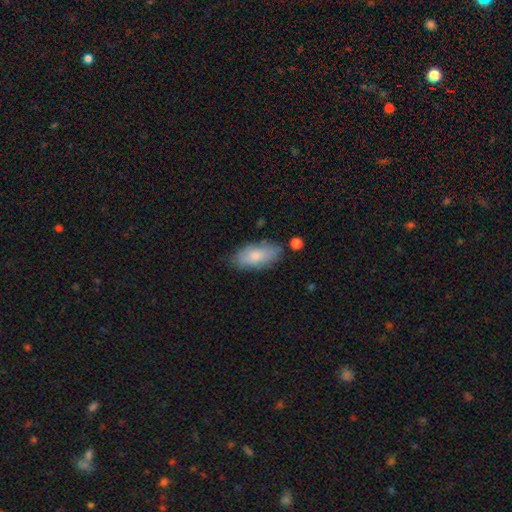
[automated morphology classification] A smooth galaxy with no disk features (75%) that is in between round and cigar-shaped (90%).

Vote fractions:
- Smooth or featured? smooth: 75% / featured or disk: 19% / star or artifact: 6%
- How rounded? in between: 90% / cigar-shaped: 8% / round: 2%
- Merging? none: 70% / minor disturbance: 21% / major disturbance: 5% / merger: 4%